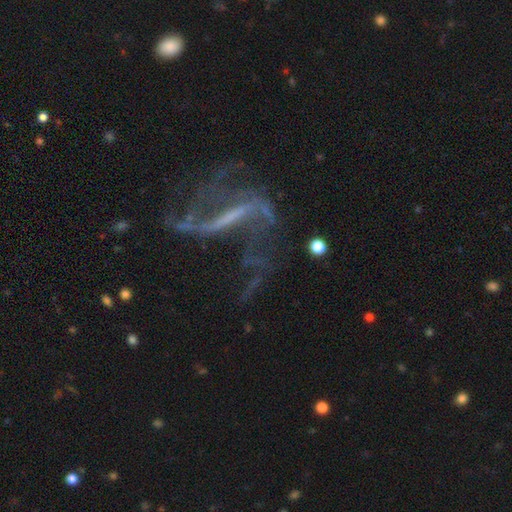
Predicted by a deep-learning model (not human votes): A featured or disk galaxy (79%) with a strong bar (60%), 2 (72%) loose (76%) spiral arms (81%) and no central bulge (49%). Merging: none (47%).